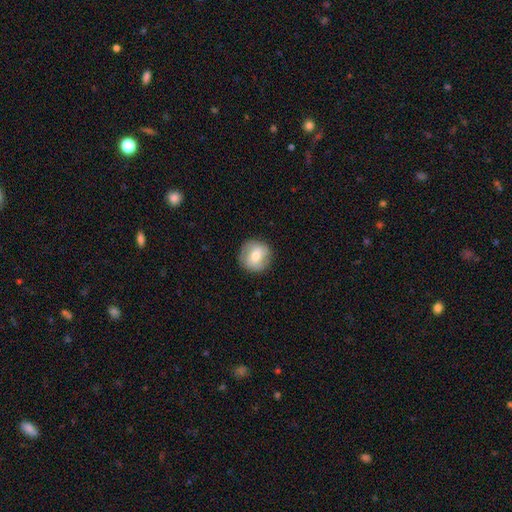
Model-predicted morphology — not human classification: Q: Smooth or featured?
A: smooth (60%); runner-up: featured or disk (32%)
Q: How rounded?
A: round (91%); runner-up: in between (8%)
Q: Merging?
A: none (85%); runner-up: minor disturbance (10%)